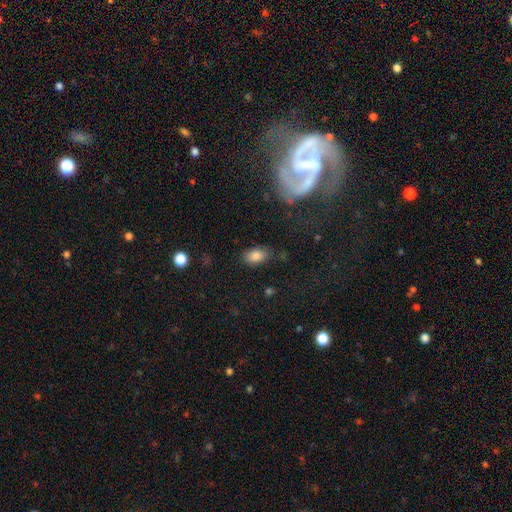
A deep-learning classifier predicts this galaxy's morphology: This is clearly a smooth galaxy (84%). How rounded: clearly in between (90%). Merging: likely none (77%).